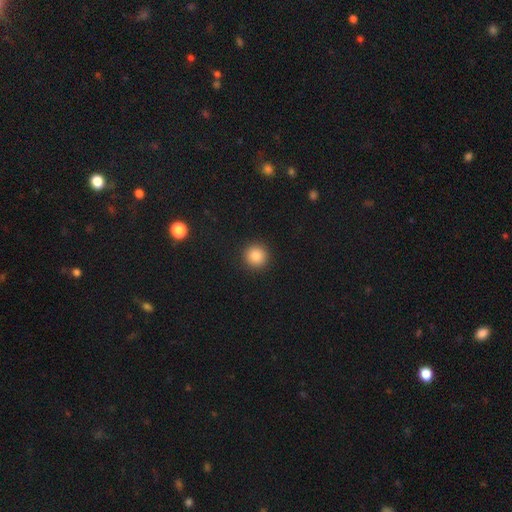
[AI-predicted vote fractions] Morphology: type=smooth (86%); roundness=round (94%); merging=none (92%).